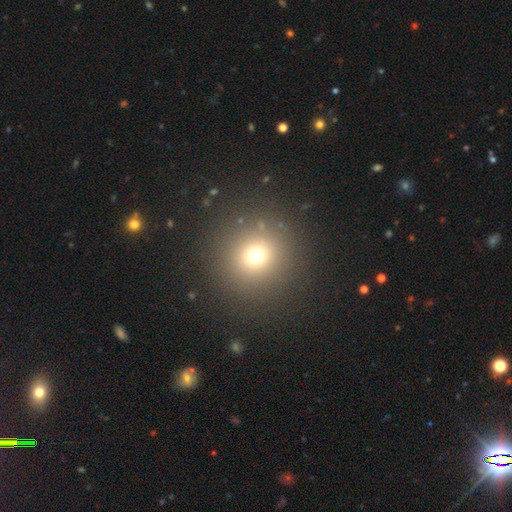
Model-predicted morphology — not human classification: This appears to be a smooth galaxy with no disk features (70%) that is round (94%). Merging: none (88%).